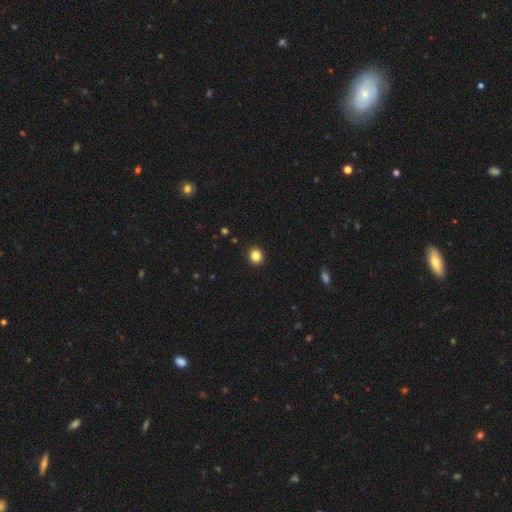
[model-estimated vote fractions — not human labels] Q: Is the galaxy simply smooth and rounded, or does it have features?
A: smooth — 85%.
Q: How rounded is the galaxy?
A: round — 80%.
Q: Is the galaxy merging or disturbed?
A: none — 92%.